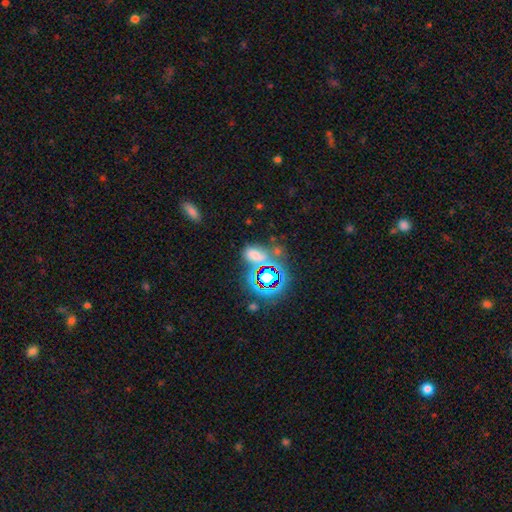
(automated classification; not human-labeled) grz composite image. It shows a smooth galaxy with no disk features (47%). Merging: none (57%).